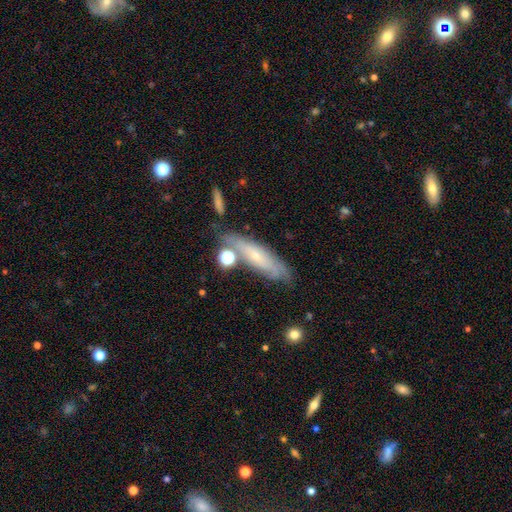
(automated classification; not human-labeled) smooth-or-featured: featured or disk: 52% | smooth: 40% | star or artifact: 8%
  disk-edge-on: no: 54% | yes: 46%
  merging: none: 64% | minor disturbance: 20% | merger: 10% | major disturbance: 6%